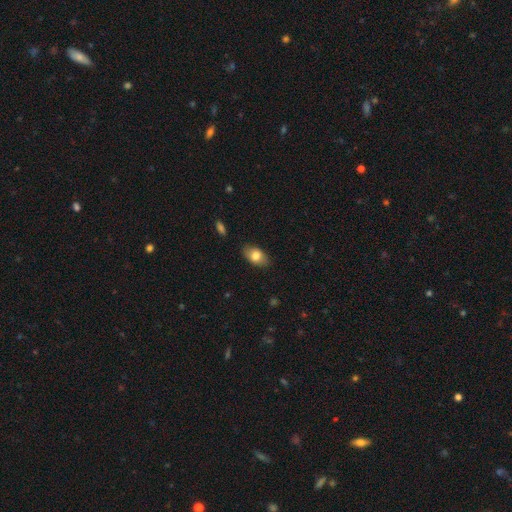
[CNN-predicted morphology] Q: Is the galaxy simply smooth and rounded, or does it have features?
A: smooth — 79%.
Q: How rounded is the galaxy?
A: in between — 90%.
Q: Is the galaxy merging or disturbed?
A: none — 86%.